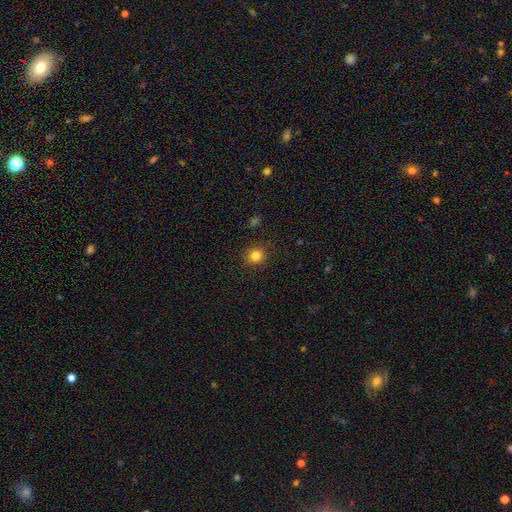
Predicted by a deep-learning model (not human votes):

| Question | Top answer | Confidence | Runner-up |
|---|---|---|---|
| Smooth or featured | smooth | 82% | star or artifact (13%) |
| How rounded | round | 89% | in between (10%) |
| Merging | none | 91% | minor disturbance (6%) |